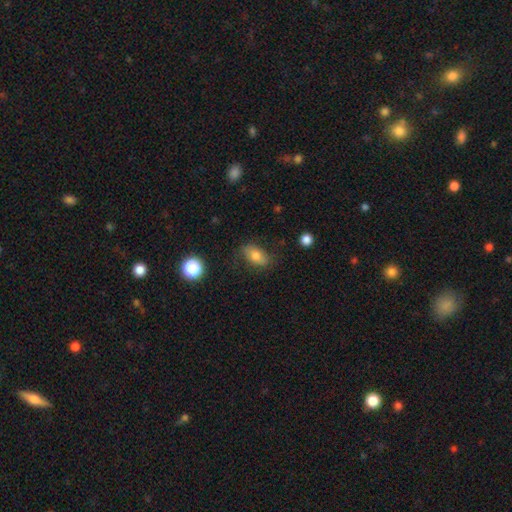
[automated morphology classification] Smooth or featured: smooth — 73% (featured or disk — 18%)
How rounded: in between — 85% (round — 9%)
Merging: none — 75% (minor disturbance — 18%)